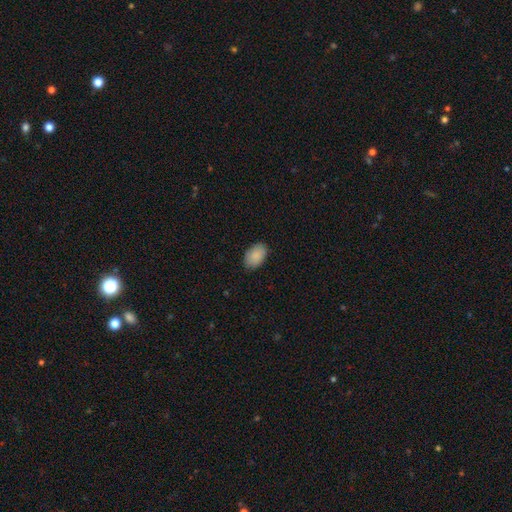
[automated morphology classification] Smooth or featured? smooth (89%)
How rounded? in between (91%)
Merging? none (87%)